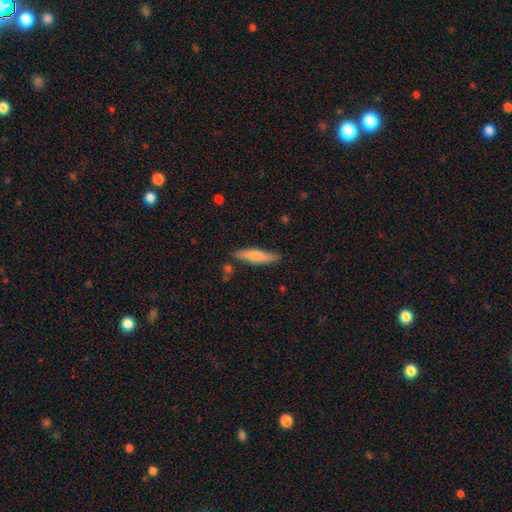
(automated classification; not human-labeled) A smooth galaxy with no disk features (72%) that is cigar-shaped (80%). Merging: none (84%).